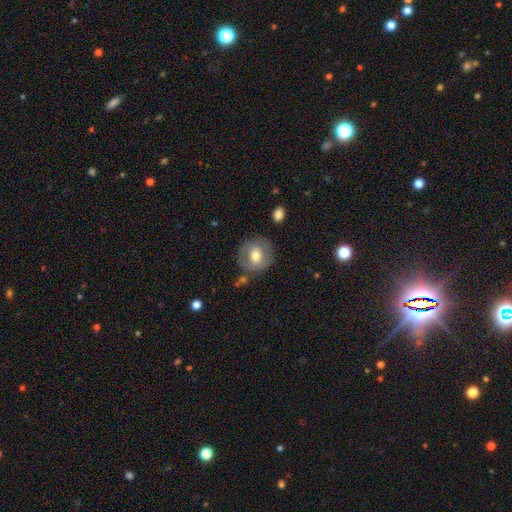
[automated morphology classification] Q: Smooth or featured?
A: smooth (63%); runner-up: featured or disk (29%)
Q: How rounded?
A: round (85%); runner-up: in between (14%)
Q: Merging?
A: none (78%); runner-up: minor disturbance (14%)